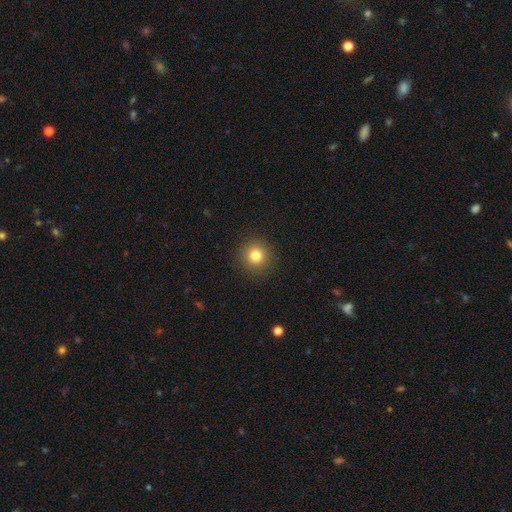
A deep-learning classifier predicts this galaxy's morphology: Q: Smooth or featured?
A: smooth (80%); runner-up: star or artifact (13%)
Q: How rounded?
A: round (94%); runner-up: in between (5%)
Q: Merging?
A: none (91%); runner-up: minor disturbance (6%)